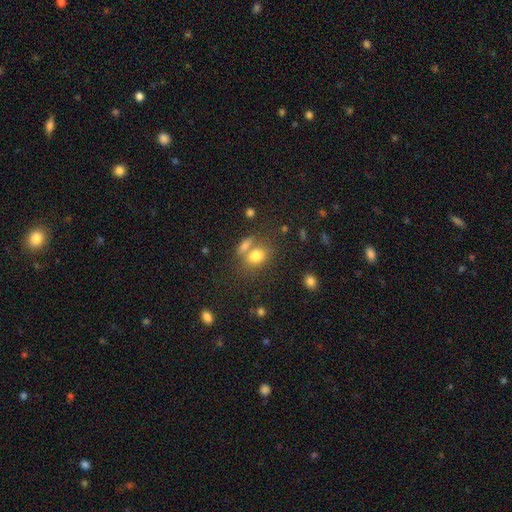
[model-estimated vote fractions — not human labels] Smooth or featured: smooth — 78% (star or artifact — 11%)
How rounded: in between — 63% (round — 34%)
Merging: none — 47% (merger — 36%)